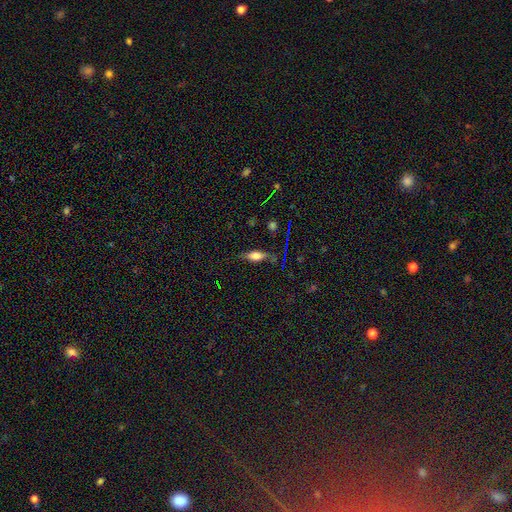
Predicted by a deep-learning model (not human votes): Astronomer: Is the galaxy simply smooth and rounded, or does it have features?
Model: smooth — 56% (runner-up: featured or disk, 33%).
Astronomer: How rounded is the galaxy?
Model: in between — 63%.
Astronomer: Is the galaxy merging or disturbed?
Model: none — 72%.